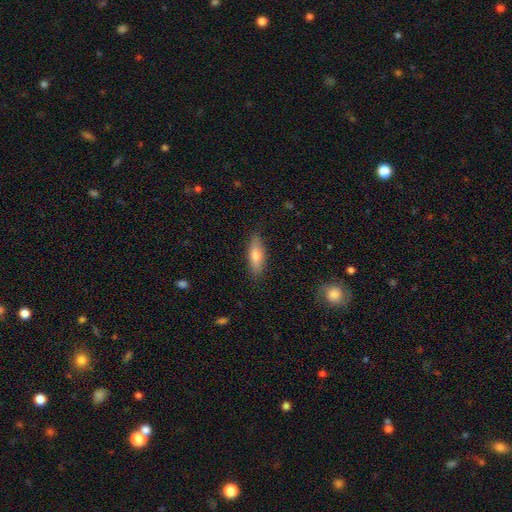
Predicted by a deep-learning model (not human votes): Smooth or featured? Predicted: smooth (p=0.63). How rounded? Predicted: cigar-shaped (p=0.51). Merging? Predicted: none (p=0.85).